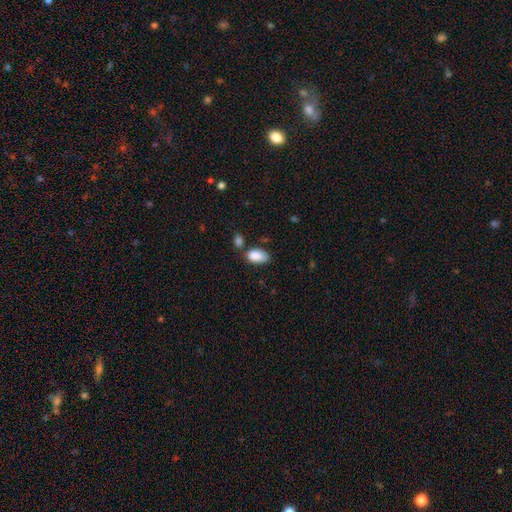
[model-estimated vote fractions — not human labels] smooth-or-featured: smooth: 88% | star or artifact: 8% | featured or disk: 5%
  how-rounded: in between: 93% | round: 4% | cigar-shaped: 2%
  merging: none: 56% | minor disturbance: 24% | merger: 14% | major disturbance: 6%